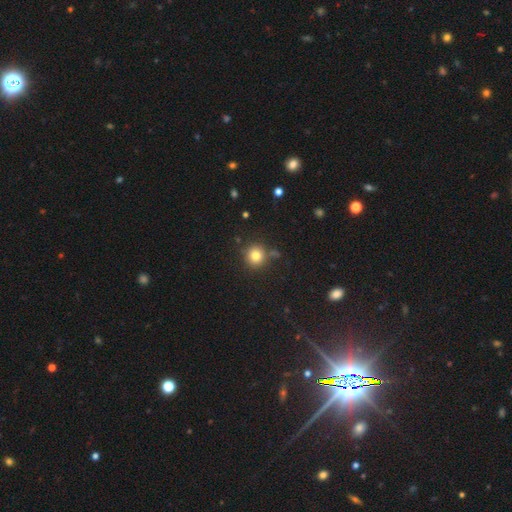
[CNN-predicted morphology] Smooth or featured: smooth — 80% (star or artifact — 13%)
How rounded: round — 93% (in between — 6%)
Merging: none — 82% (minor disturbance — 9%)